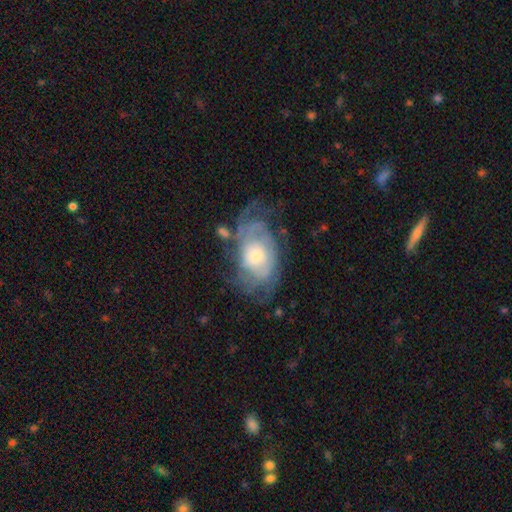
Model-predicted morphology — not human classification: The model was most divided on "bulge size": moderate: 45%, small: 32%, large: 17%, none: 3%, dominant: 2%. Remaining: edge-on disk — no (96%); spiral arms — yes (82%); bar — no (75%); smooth or featured — featured or disk (75%); spiral arm count — can't tell (53%); spiral winding — tight (50%); merging — none (50%).